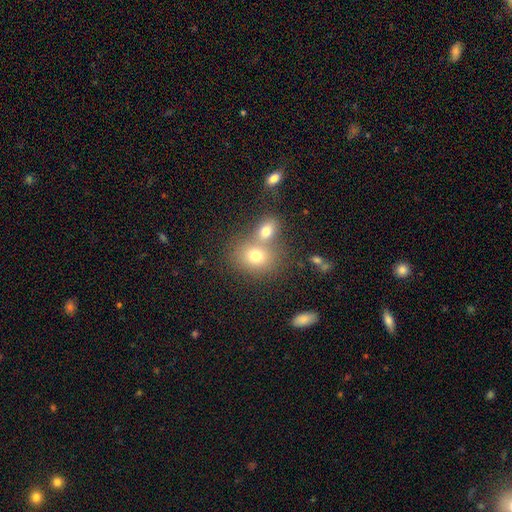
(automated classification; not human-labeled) Smooth or featured: smooth — 74% (featured or disk — 14%)
How rounded: round — 54% (in between — 44%)
Merging: merger — 45% (none — 43%)